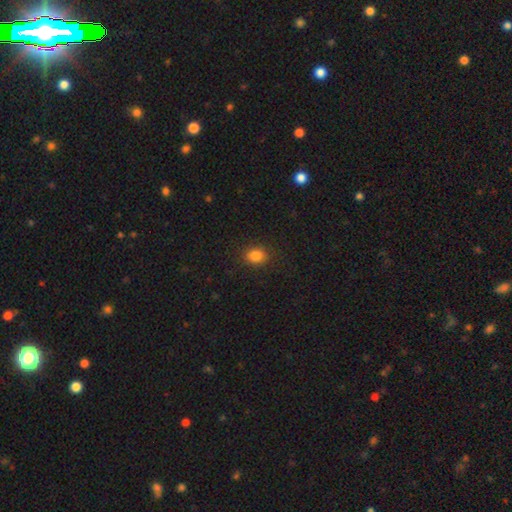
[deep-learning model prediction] This is clearly a smooth galaxy (84%). How rounded: possibly round (55%). Merging: clearly none (87%).